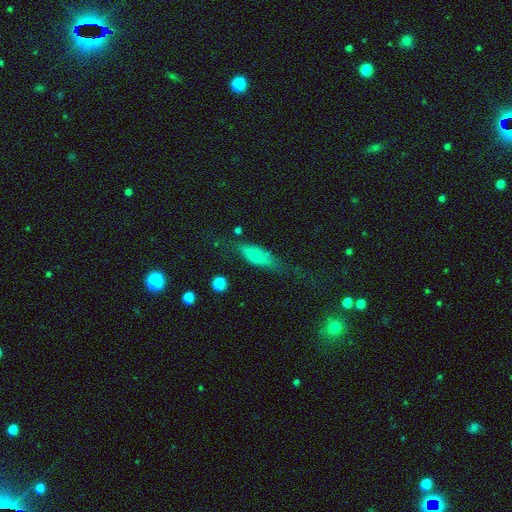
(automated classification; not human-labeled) The model was most divided on "how rounded": in between: 55%, cigar-shaped: 41%, round: 4%. Remaining: smooth or featured — smooth (67%); merging — none (45%).